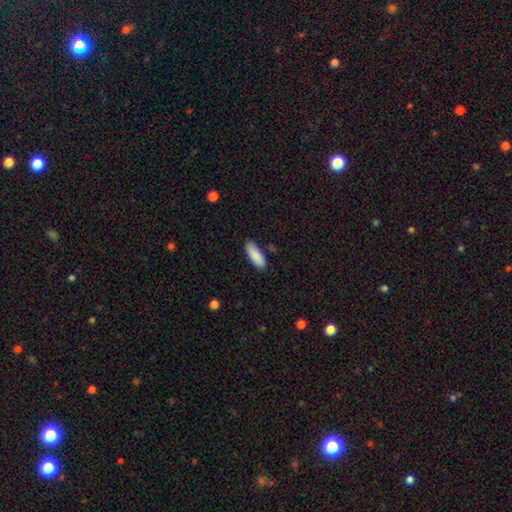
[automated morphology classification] Smooth or featured: smooth — 89% (star or artifact — 6%)
How rounded: in between — 67% (cigar-shaped — 31%)
Merging: none — 81% (minor disturbance — 14%)